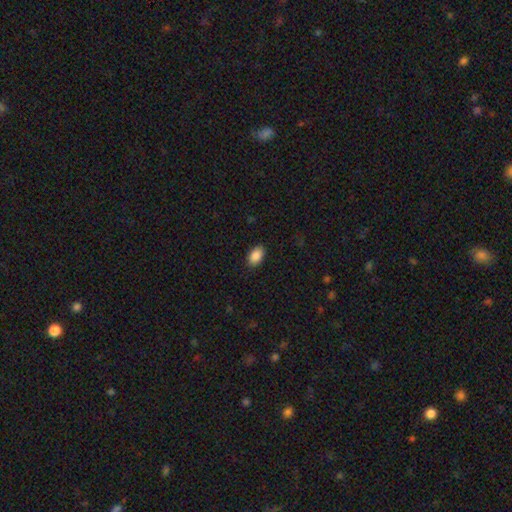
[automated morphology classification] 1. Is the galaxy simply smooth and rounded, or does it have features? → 89% smooth, 7% star or artifact, 4% featured or disk.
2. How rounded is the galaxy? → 92% in between, 7% round, 2% cigar-shaped.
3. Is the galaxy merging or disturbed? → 88% none, 8% minor disturbance, 2% major disturbance, 1% merger.